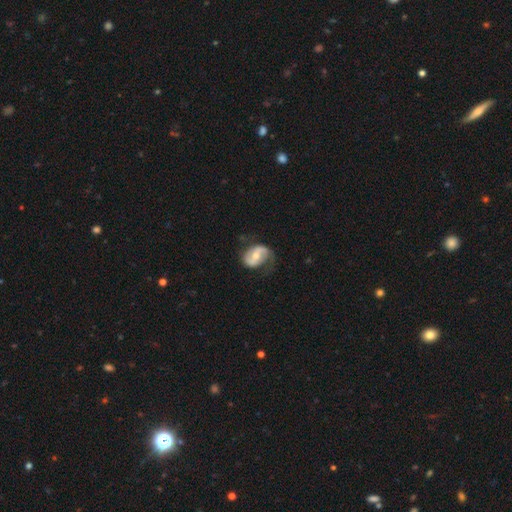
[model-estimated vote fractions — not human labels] This is likely a featured or disk galaxy (70%). It is clearly not viewed edge-on (97%). Bar: marginally no (42%). Spiral arm pattern: clearly yes (84%). Spiral arm count: likely 2 (79%). Spiral winding: marginally medium (40%). Central bulge: likely moderate (64%). Merging: possibly none (58%).